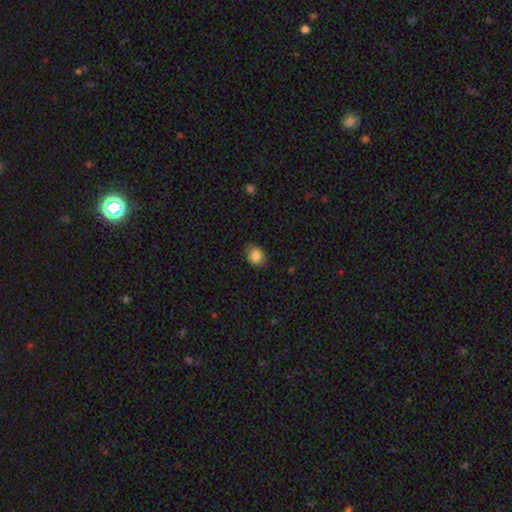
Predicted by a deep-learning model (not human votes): The model was most divided on "how rounded": in between: 53%, round: 46%, cigar-shaped: 1%. More confident: smooth or featured — smooth (85%); merging — none (82%).